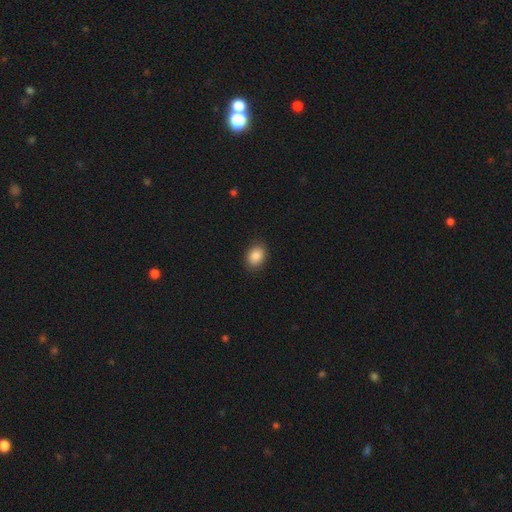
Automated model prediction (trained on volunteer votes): Smooth or featured: smooth — 87% (star or artifact — 8%)
How rounded: in between — 68% (round — 31%)
Merging: none — 88% (minor disturbance — 9%)